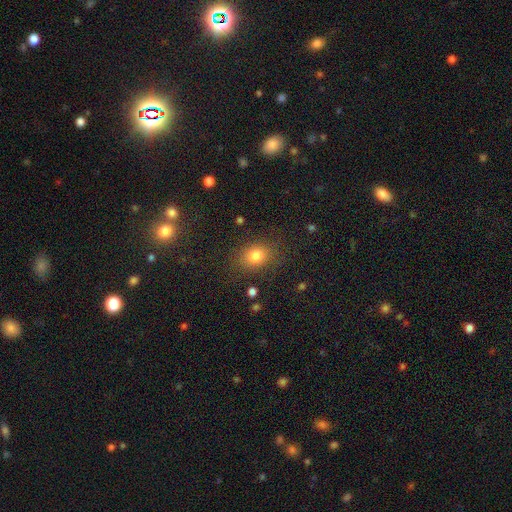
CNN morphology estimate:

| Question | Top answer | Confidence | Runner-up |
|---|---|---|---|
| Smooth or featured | smooth | 78% | star or artifact (15%) |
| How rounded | in between | 56% | round (43%) |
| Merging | none | 83% | minor disturbance (11%) |